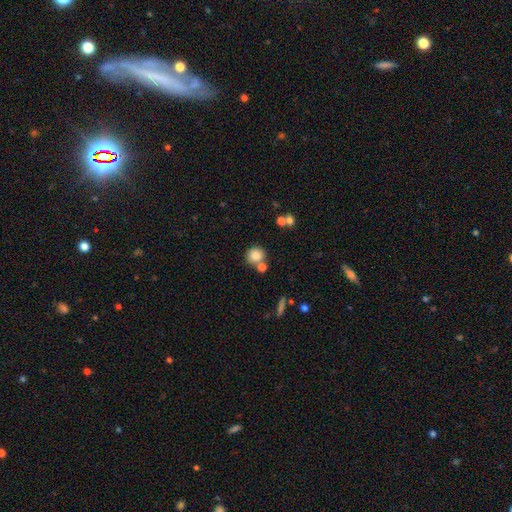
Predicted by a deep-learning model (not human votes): The model was most divided on "merging": none: 66%, merger: 20%, minor disturbance: 10%, major disturbance: 4%. More confident: how rounded — round (89%); smooth or featured — smooth (83%).